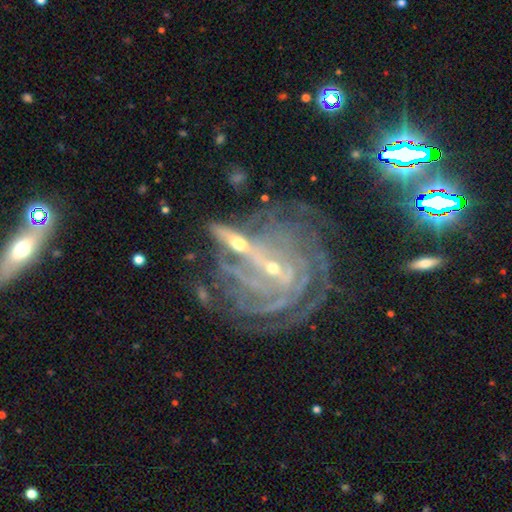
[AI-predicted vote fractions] A featured or disk galaxy (84%) with a strong bar (41%), tight (74%) spiral arms (96%) and a small central bulge (78%).

Vote fractions:
- Smooth or featured? featured or disk: 84% / star or artifact: 11% / smooth: 5%
- Edge-on disk? no: 95% / yes: 5%
- Bar? strong: 41% / weak: 37% / no: 22%
- Spiral arms? yes: 96% / no: 4%
- Spiral winding? tight: 74% / medium: 21% / loose: 5%
- Spiral arm count? can't tell: 27% / 4: 22% / more than 4: 21% / 3: 13% / 2: 10% / 1: 7%
- Bulge size? small: 78% / moderate: 17% / none: 3% / large: 1% / dominant: 1%
- Merging? none: 56% / minor disturbance: 18% / major disturbance: 13% / merger: 13%